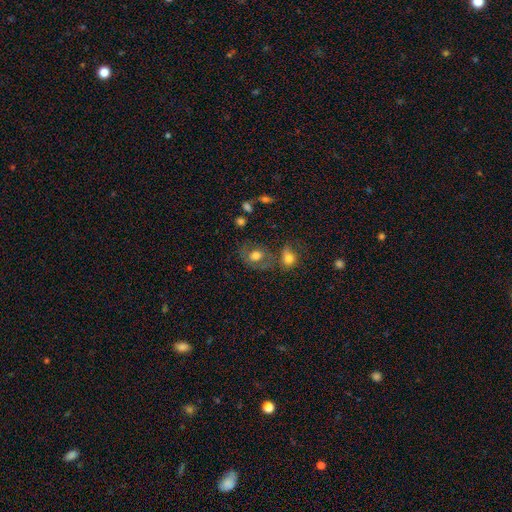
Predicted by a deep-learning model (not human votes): A smooth galaxy with no disk features (59%) that is in between round and cigar-shaped (53%).

Vote fractions:
- Smooth or featured? smooth: 59% / featured or disk: 31% / star or artifact: 9%
- How rounded? in between: 53% / round: 45% / cigar-shaped: 1%
- Merging? none: 54% / minor disturbance: 18% / merger: 18% / major disturbance: 10%